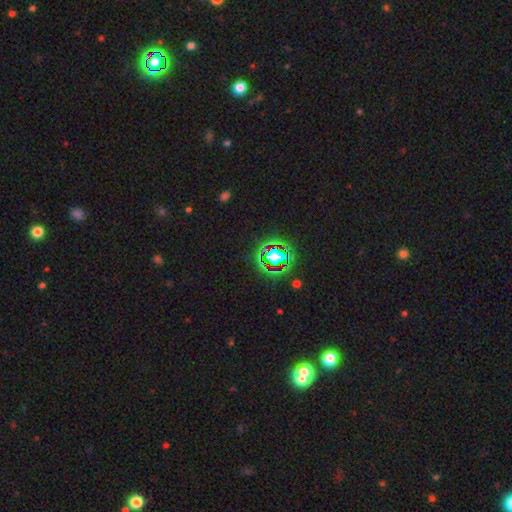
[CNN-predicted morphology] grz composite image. It shows a star or artifact, not a galaxy (76%).